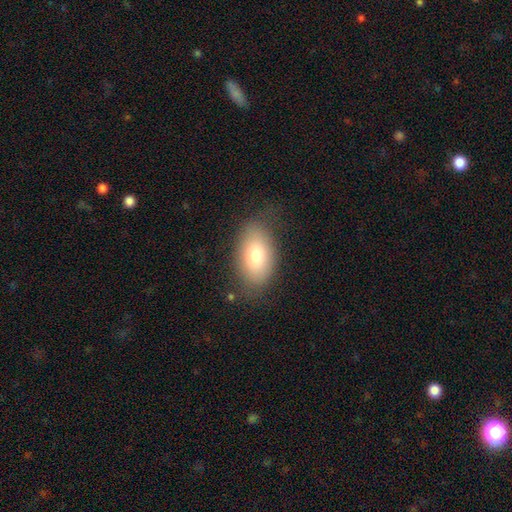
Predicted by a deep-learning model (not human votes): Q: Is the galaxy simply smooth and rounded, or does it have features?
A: smooth — 74%.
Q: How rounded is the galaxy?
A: in between — 90%.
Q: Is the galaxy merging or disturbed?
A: none — 76%.